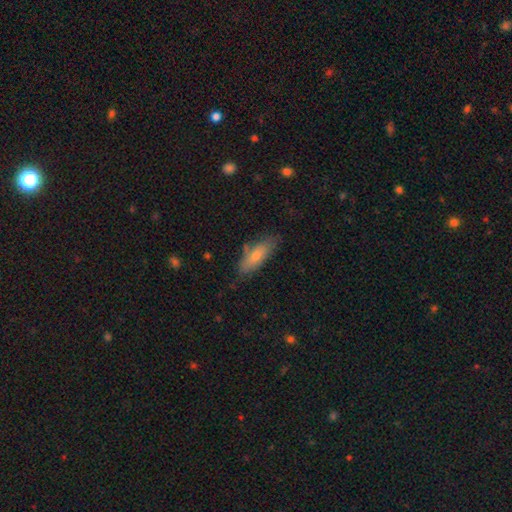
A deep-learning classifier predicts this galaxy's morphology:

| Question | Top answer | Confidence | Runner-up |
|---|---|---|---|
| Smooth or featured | smooth | 65% | featured or disk (27%) |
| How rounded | in between | 56% | cigar-shaped (41%) |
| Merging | none | 76% | minor disturbance (18%) |